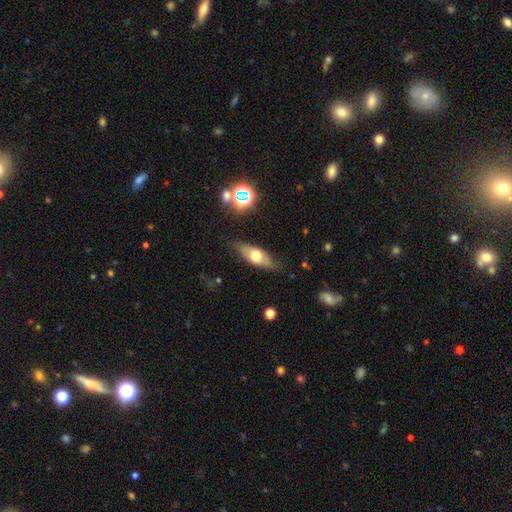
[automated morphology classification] A smooth galaxy with no disk features (56%) that is in between round and cigar-shaped (67%). Merging: none (79%).